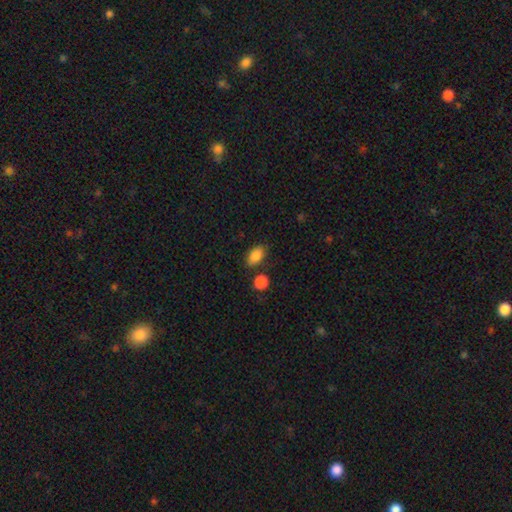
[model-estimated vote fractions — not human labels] Overall: smooth (86%). How rounded: in between (88%). Merging: none (77%).